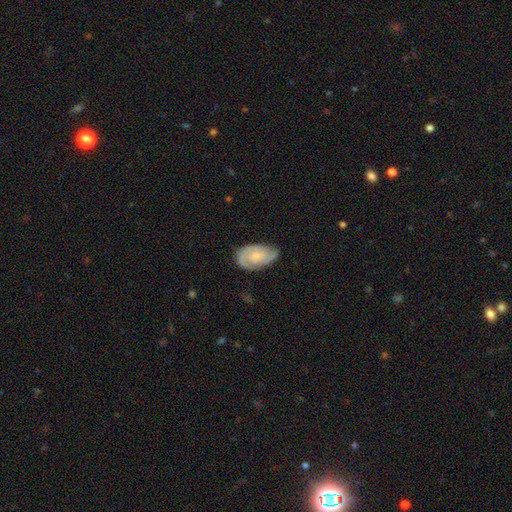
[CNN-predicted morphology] Smooth or featured? featured or disk (69%)
Edge-on disk? no (97%)
Bar? no (67%)
Spiral arms? yes (93%)
Spiral winding? tight (52%)
Spiral arm count? 2 (58%)
Bulge size? small (55%)
Merging? none (68%)